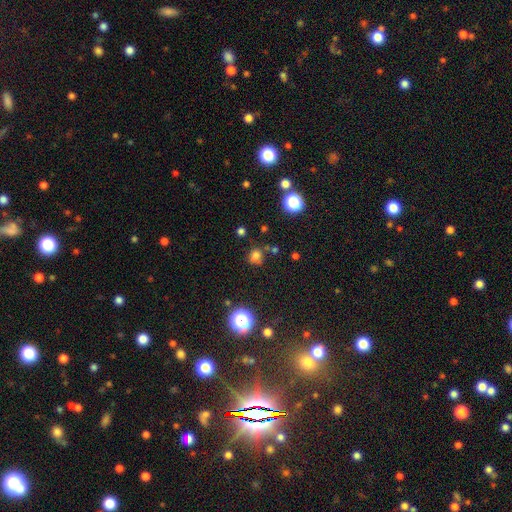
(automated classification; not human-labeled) A smooth galaxy with no disk features (67%) that is round (78%). Merging: none (64%).